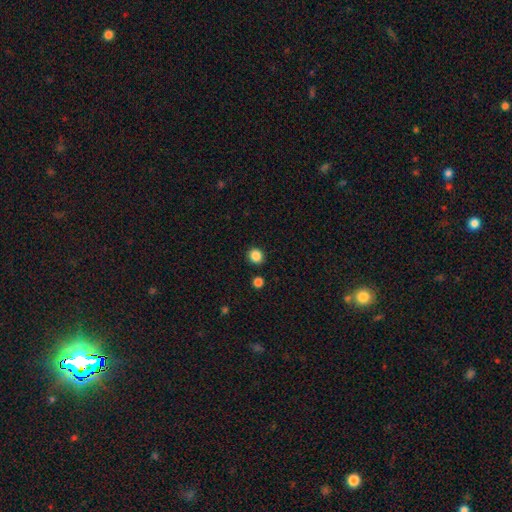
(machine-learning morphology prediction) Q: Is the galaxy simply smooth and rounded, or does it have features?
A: smooth — 86%.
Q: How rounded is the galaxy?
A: round — 87%.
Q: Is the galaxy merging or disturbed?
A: none — 89%.